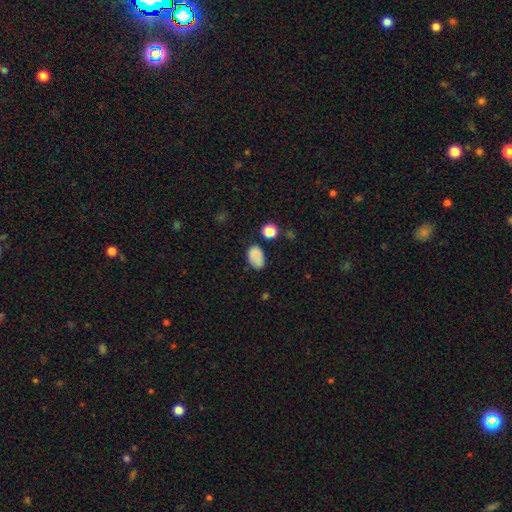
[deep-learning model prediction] Morphology: type=smooth (84%); roundness=in between (88%); merging=none (72%).